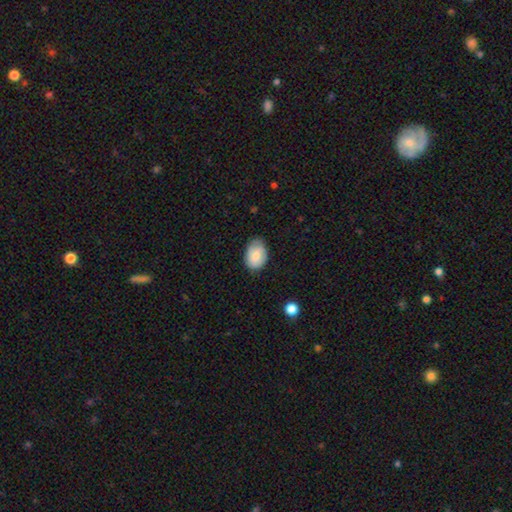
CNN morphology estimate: smooth_or_featured: smooth (p=0.77) [alt: featured or disk p=0.16]
how_rounded: in between (p=0.78) [alt: round p=0.21]
merging: none (p=0.72) [alt: minor disturbance p=0.23]